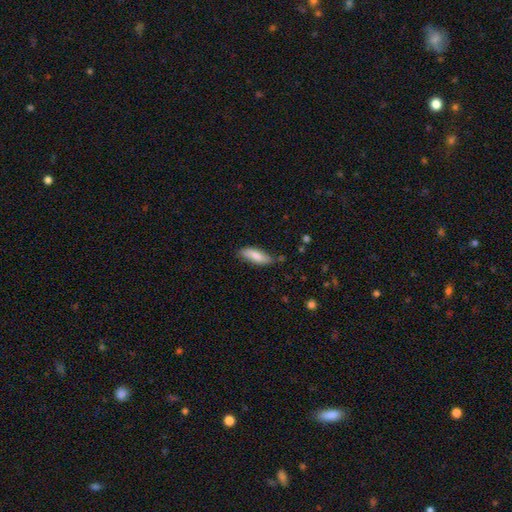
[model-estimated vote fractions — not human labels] A smooth galaxy with no disk features (80%) that is in between round and cigar-shaped (58%). Merging: none (75%).